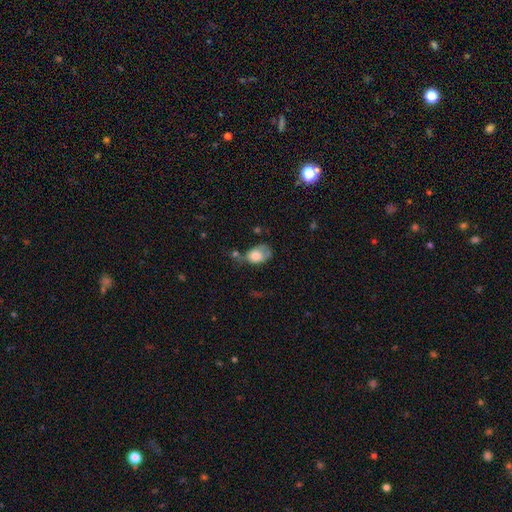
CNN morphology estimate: A smooth galaxy with no disk features (74%) that is in between round and cigar-shaped (79%). Merging: minor disturbance (31%).